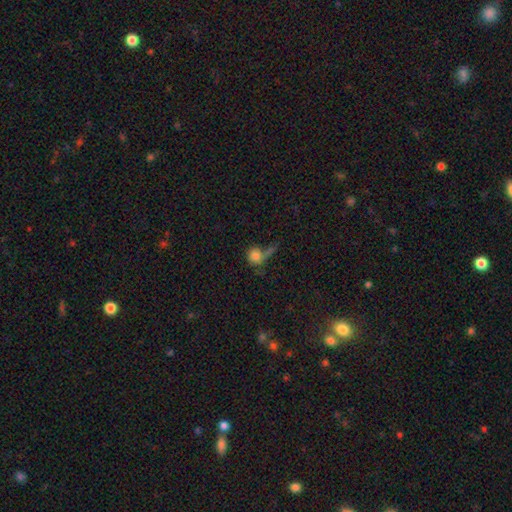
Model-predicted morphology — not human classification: Smooth or featured? smooth (72%)
How rounded? round (81%)
Merging? none (33%)